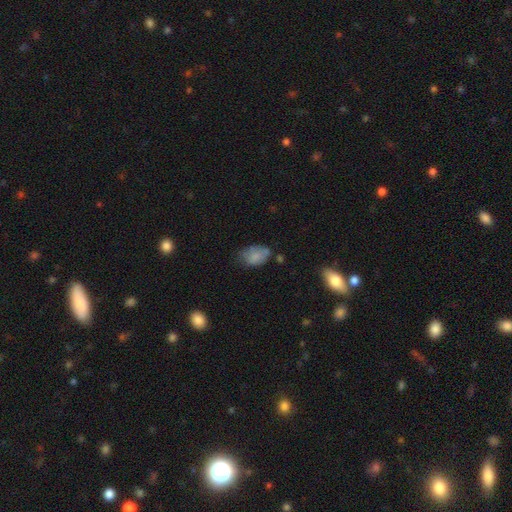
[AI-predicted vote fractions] Q: Smooth or featured?
A: smooth (76%); runner-up: featured or disk (15%)
Q: How rounded?
A: in between (82%); runner-up: round (17%)
Q: Merging?
A: none (46%); runner-up: minor disturbance (34%)